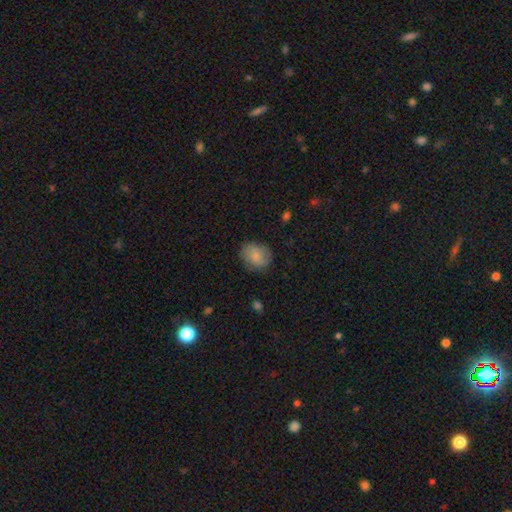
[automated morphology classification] smooth-or-featured: smooth: 82% | featured or disk: 11% | star or artifact: 7%
  how-rounded: in between: 50% | round: 49% | cigar-shaped: 1%
  merging: none: 77% | minor disturbance: 17% | major disturbance: 4% | merger: 1%